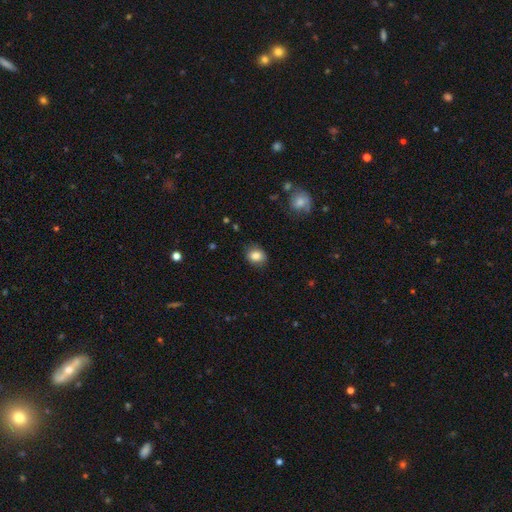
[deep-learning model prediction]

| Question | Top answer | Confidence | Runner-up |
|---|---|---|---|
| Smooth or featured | smooth | 84% | star or artifact (9%) |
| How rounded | round | 50% | in between (49%) |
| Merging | none | 82% | minor disturbance (13%) |